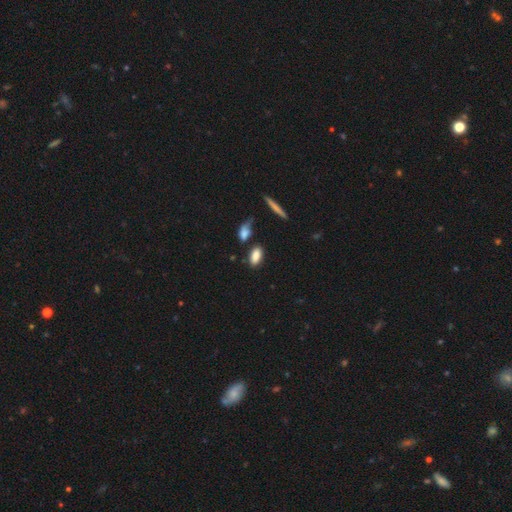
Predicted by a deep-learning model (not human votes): Morphology: type=smooth (84%); roundness=in between (86%); merging=none (75%).